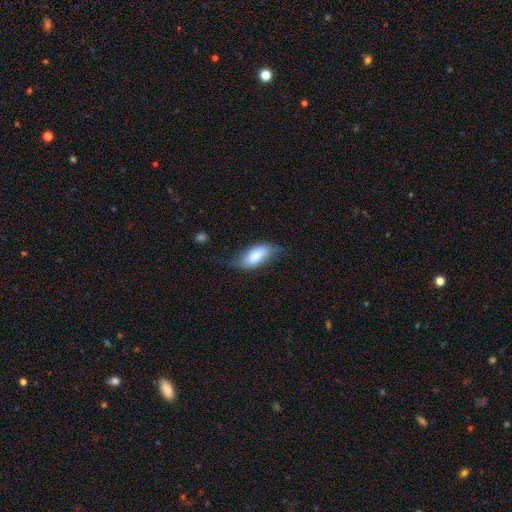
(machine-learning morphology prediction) Q: Smooth or featured?
A: smooth (68%); runner-up: featured or disk (26%)
Q: How rounded?
A: in between (86%); runner-up: cigar-shaped (11%)
Q: Merging?
A: none (52%); runner-up: minor disturbance (33%)